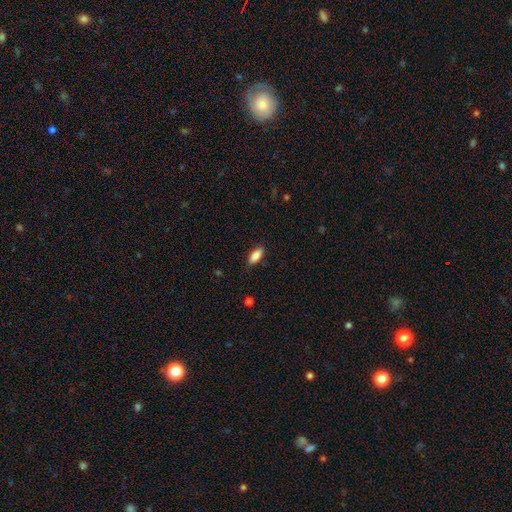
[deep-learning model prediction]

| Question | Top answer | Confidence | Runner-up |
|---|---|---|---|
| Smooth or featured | smooth | 86% | featured or disk (7%) |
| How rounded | in between | 79% | cigar-shaped (19%) |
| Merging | none | 85% | minor disturbance (12%) |